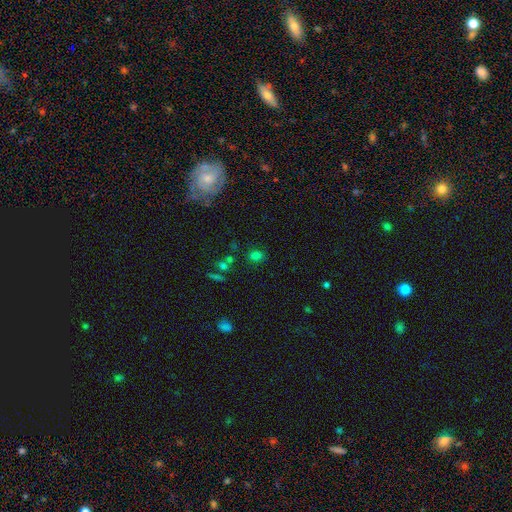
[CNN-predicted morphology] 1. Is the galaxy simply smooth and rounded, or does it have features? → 71% smooth, 22% star or artifact, 7% featured or disk.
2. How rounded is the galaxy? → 58% in between, 40% round, 2% cigar-shaped.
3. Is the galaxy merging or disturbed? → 76% none, 12% minor disturbance, 7% merger, 5% major disturbance.